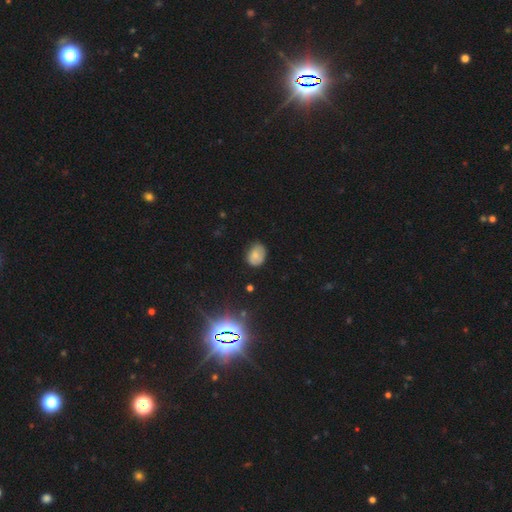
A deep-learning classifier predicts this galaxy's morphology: Smooth or featured: smooth — 74% (featured or disk — 14%)
How rounded: in between — 61% (round — 38%)
Merging: none — 65% (minor disturbance — 28%)